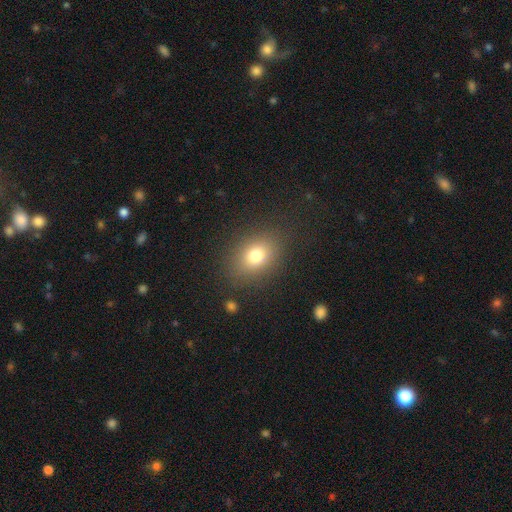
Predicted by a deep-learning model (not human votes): This is likely a smooth galaxy (75%). How rounded: likely in between (61%). Merging: clearly none (83%).